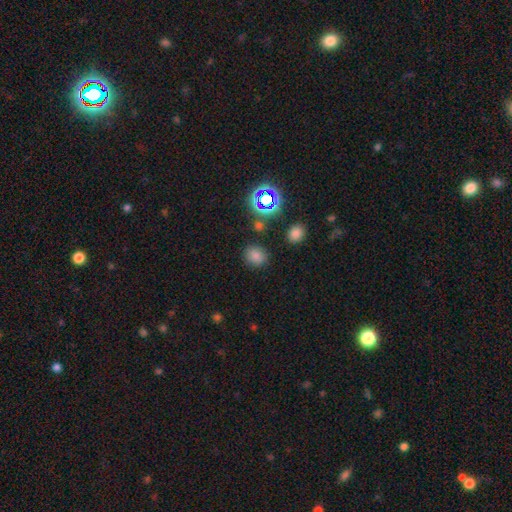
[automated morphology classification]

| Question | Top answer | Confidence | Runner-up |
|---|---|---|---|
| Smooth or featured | smooth | 74% | star or artifact (20%) |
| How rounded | round | 78% | in between (21%) |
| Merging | none | 83% | minor disturbance (10%) |